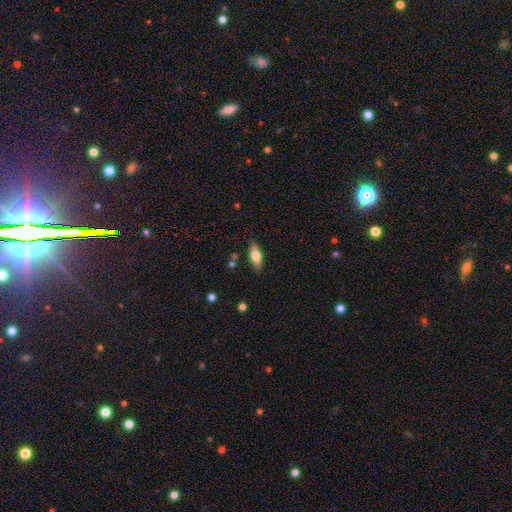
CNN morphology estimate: This appears to be a smooth galaxy with no disk features (60%) that is in between round and cigar-shaped (68%). Merging: none (84%).